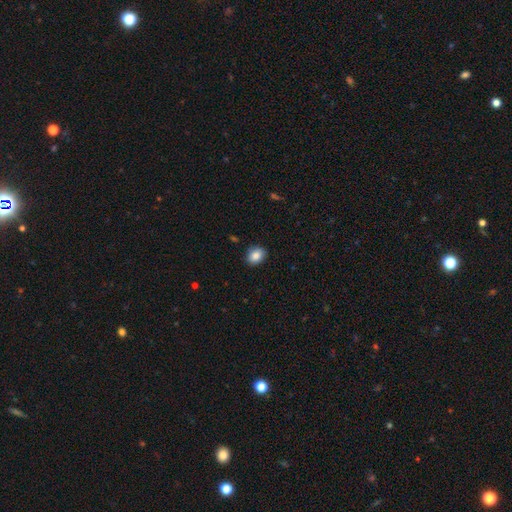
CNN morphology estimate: smooth 86%, star or artifact 8%, featured or disk 5%. Down the decision tree: how rounded — round (52%); merging — none (86%).